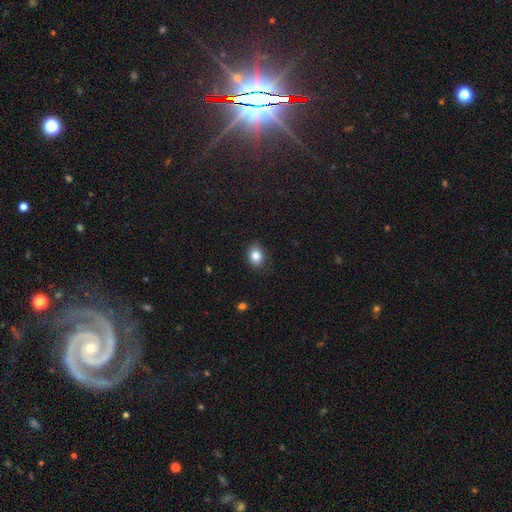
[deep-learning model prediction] A smooth galaxy with no disk features (84%) that is in between round and cigar-shaped (58%).

Vote fractions:
- Smooth or featured? smooth: 84% / star or artifact: 9% / featured or disk: 6%
- How rounded? in between: 58% / round: 41% / cigar-shaped: 1%
- Merging? none: 82% / minor disturbance: 14% / major disturbance: 3% / merger: 1%